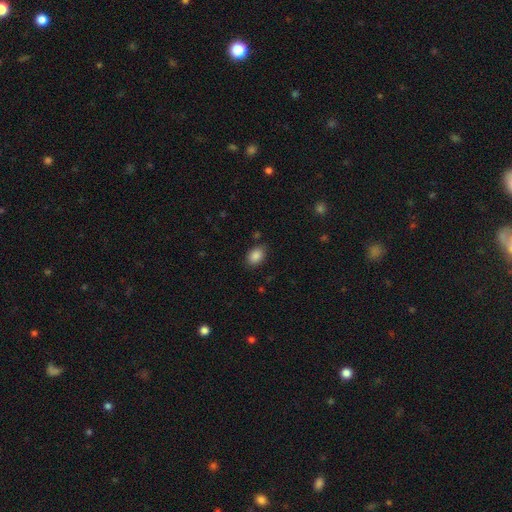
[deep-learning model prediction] Morphology: type=smooth (87%); roundness=in between (83%); merging=none (83%).